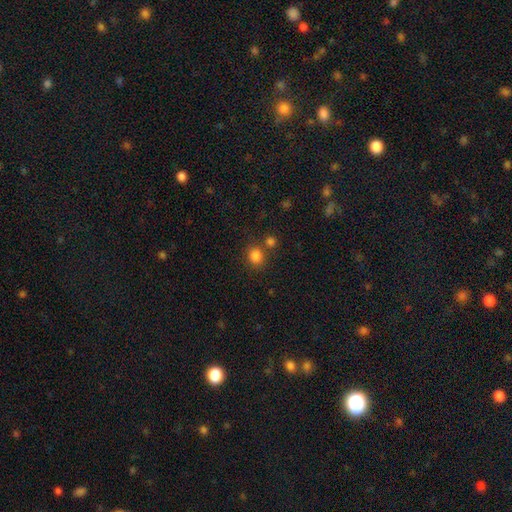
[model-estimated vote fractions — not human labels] smooth 83%, star or artifact 12%, featured or disk 5%. Down the decision tree: how rounded — round (75%); merging — none (71%).